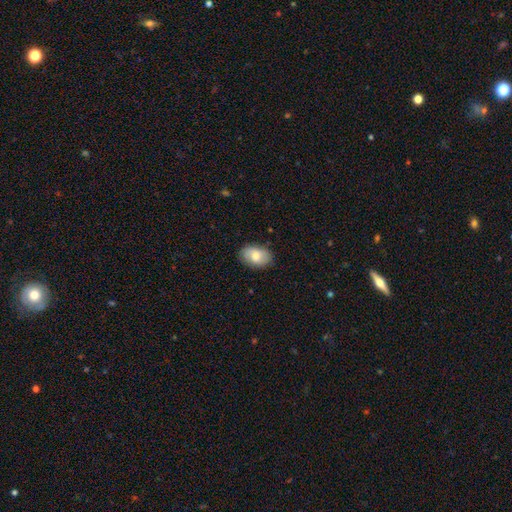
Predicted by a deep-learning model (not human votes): This appears to be a smooth galaxy with no disk features (74%) that is in between round and cigar-shaped (86%). Merging: none (83%).